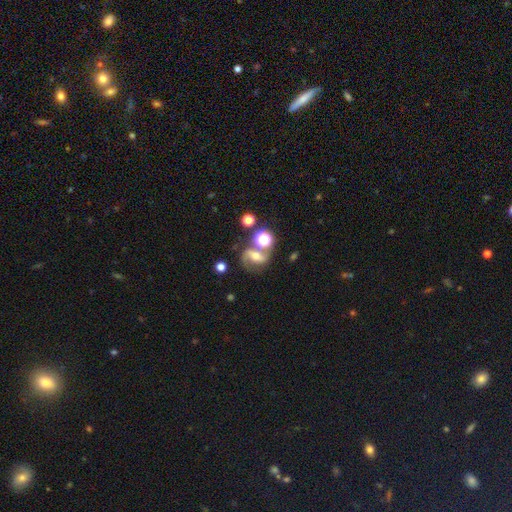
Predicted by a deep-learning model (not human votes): A featured or disk galaxy (64%) with a weak bar (36%), 2 (85%) medium (49%) spiral arms (88%) and a moderate central bulge (58%). Merging: none (58%).